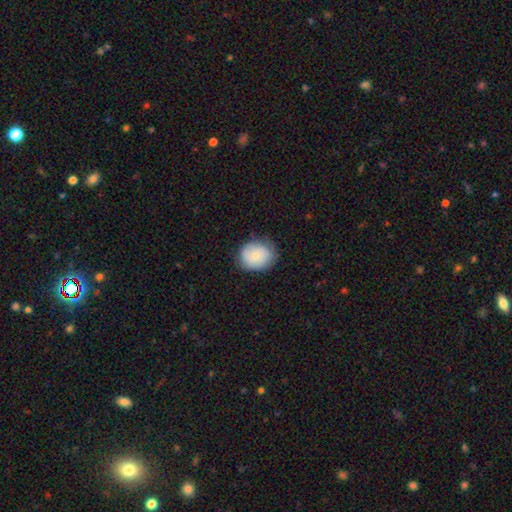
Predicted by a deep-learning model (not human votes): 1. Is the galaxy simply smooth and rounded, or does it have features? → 72% smooth, 21% featured or disk, 7% star or artifact.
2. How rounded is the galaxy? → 63% round, 36% in between, 1% cigar-shaped.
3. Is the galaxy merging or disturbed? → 74% none, 20% minor disturbance, 4% major disturbance, 1% merger.